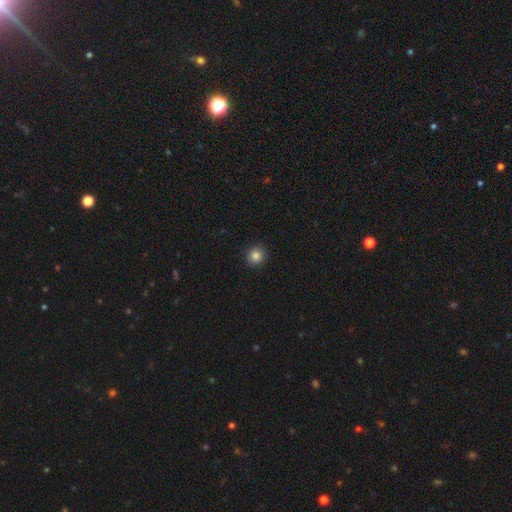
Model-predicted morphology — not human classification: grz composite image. It shows a smooth galaxy with no disk features (84%) that is round (93%). Merging: none (93%).